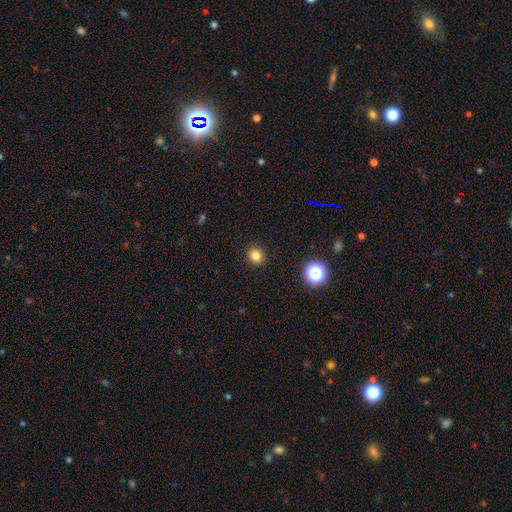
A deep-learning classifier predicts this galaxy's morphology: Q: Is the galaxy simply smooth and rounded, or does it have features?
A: smooth — 81%.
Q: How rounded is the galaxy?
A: round — 90%.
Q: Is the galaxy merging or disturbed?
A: none — 92%.